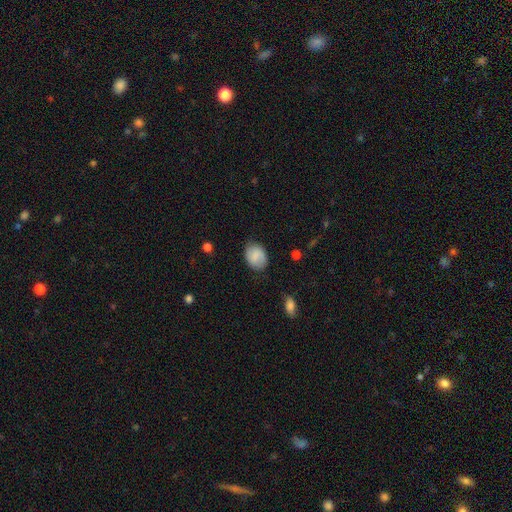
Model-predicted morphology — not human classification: Smooth or featured: smooth — 74% (featured or disk — 18%)
How rounded: in between — 62% (round — 37%)
Merging: none — 79% (minor disturbance — 16%)